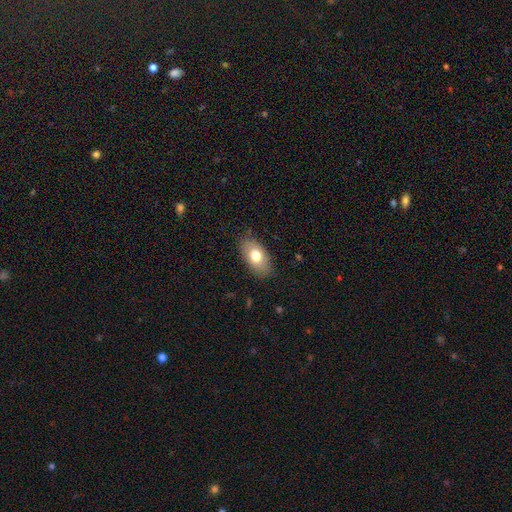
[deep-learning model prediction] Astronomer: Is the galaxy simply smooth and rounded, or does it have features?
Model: smooth — 73%.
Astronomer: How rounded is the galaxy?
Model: in between — 92%.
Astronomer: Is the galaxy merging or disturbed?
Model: none — 83%.